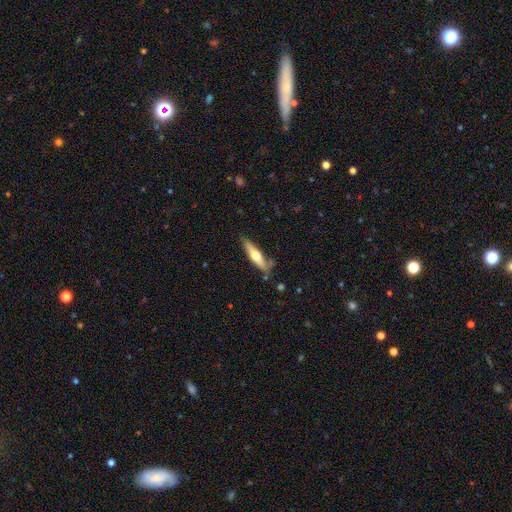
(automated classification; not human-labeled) Overall: smooth (50%; featured or disk 45%). Merging: none (68%).